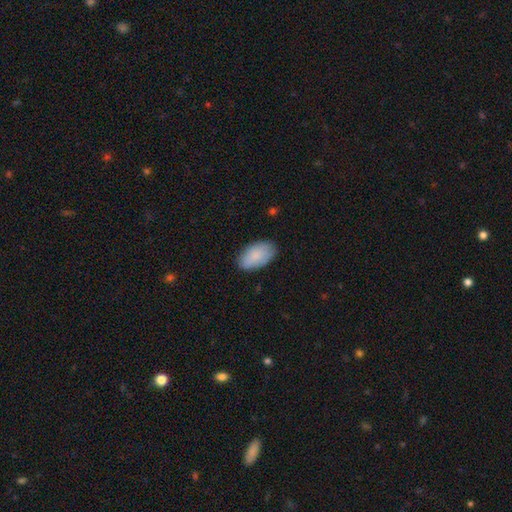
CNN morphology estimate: Smooth or featured: smooth — 86% (featured or disk — 8%)
How rounded: in between — 95% (round — 4%)
Merging: none — 82% (minor disturbance — 14%)